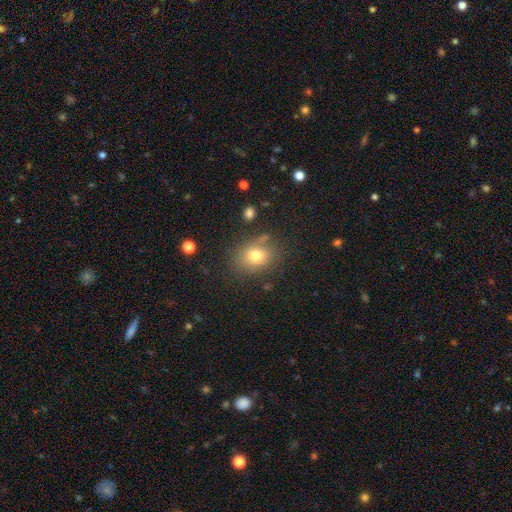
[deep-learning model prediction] Smooth or featured: smooth — 74% (star or artifact — 13%)
How rounded: in between — 52% (round — 47%)
Merging: none — 72% (minor disturbance — 17%)